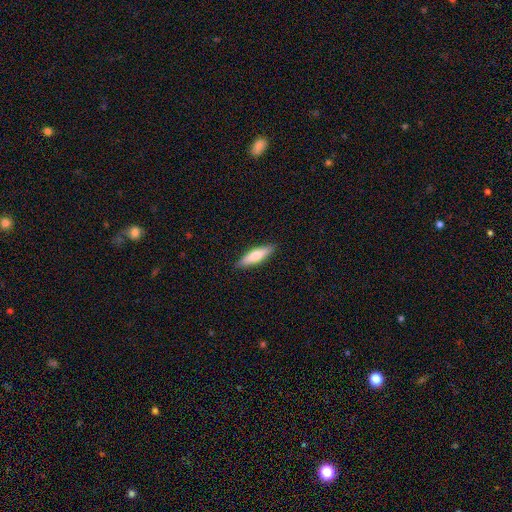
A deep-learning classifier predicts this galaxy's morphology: smooth 60%, featured or disk 35%, star or artifact 5%. Down the decision tree: how rounded — cigar-shaped (70%); merging — none (90%).